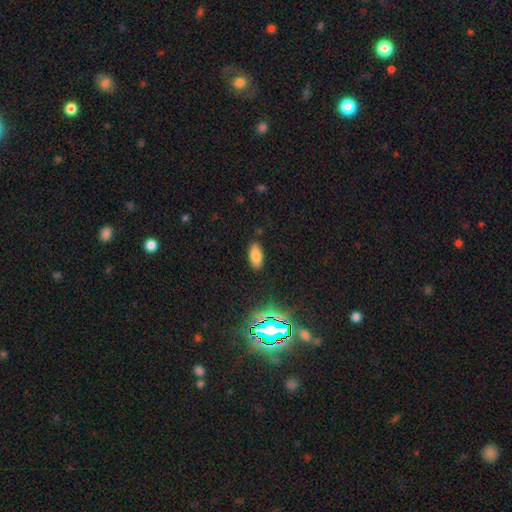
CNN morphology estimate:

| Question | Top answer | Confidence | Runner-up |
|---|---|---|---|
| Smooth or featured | smooth | 78% | star or artifact (13%) |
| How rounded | in between | 89% | cigar-shaped (8%) |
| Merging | none | 87% | minor disturbance (9%) |